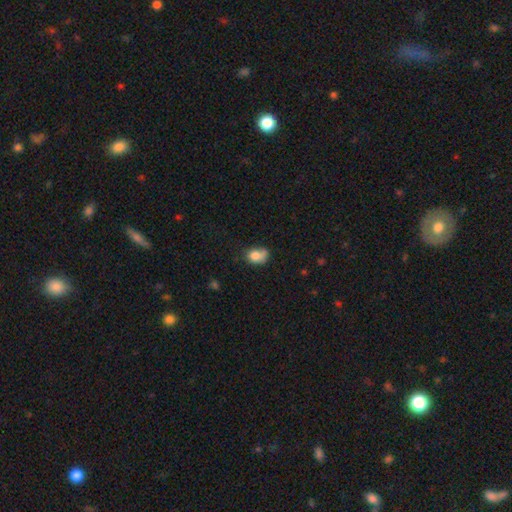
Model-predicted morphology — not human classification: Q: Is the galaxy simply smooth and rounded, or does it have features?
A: smooth — 79%.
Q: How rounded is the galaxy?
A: in between — 64%.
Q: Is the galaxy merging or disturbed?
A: none — 39%.